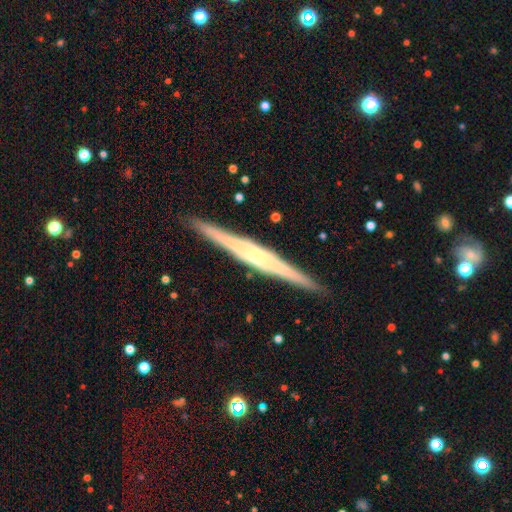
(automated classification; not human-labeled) The model was most divided on "edge-on bulge": rounded: 46%, boxy: 36%, none: 19%. More confident: edge-on disk — yes (98%); merging — none (91%); smooth or featured — featured or disk (80%).